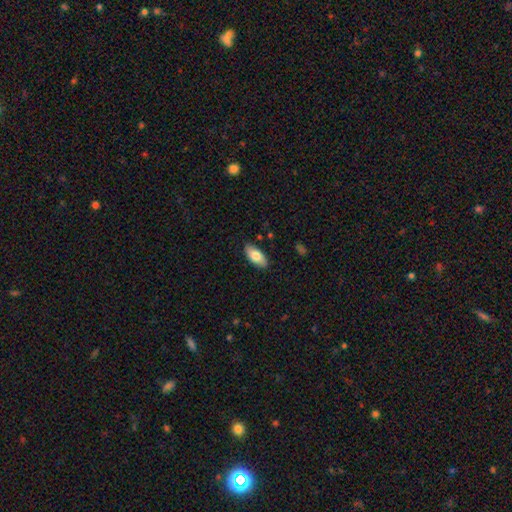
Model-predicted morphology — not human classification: type=smooth (79%); roundness=in between (91%); merging=none (87%).